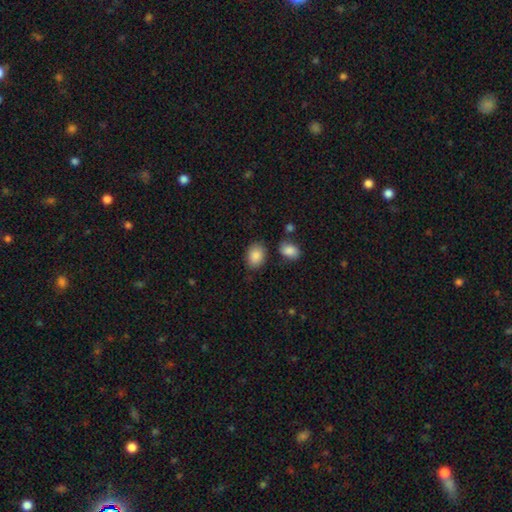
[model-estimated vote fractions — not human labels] A smooth galaxy with no disk features (87%) that is in between round and cigar-shaped (71%).

Vote fractions:
- Smooth or featured? smooth: 87% / star or artifact: 7% / featured or disk: 5%
- How rounded? in between: 71% / round: 28% / cigar-shaped: 1%
- Merging? none: 79% / minor disturbance: 13% / merger: 5% / major disturbance: 3%